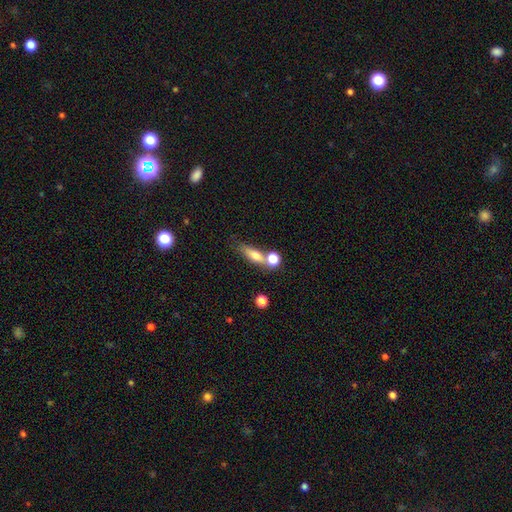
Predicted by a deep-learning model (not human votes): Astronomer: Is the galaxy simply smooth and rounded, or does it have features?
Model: smooth — 70%.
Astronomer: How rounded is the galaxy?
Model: in between — 48% (runner-up: cigar-shaped, 38%).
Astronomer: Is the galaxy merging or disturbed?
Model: none — 48% (runner-up: merger, 32%).